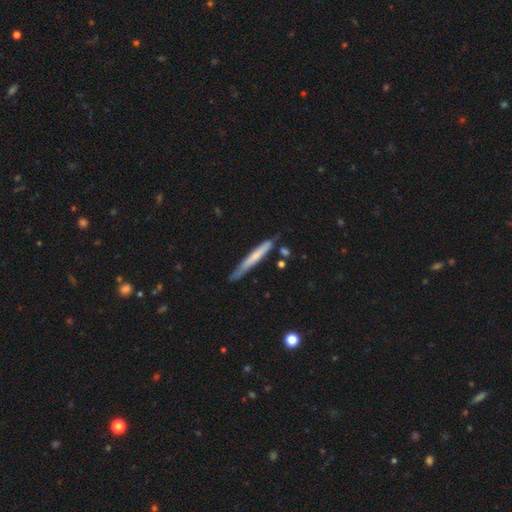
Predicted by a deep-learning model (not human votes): Overall: smooth (57%; featured or disk 38%). How rounded: cigar-shaped (96%). Merging: none (72%).